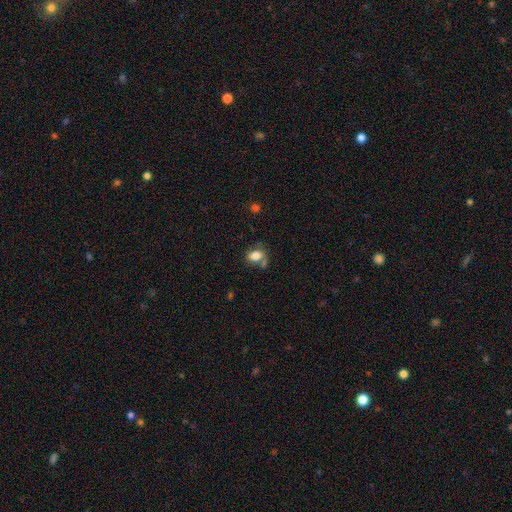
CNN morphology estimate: smooth-or-featured: smooth: 78% | featured or disk: 12% | star or artifact: 10%
  how-rounded: in between: 67% | round: 31% | cigar-shaped: 1%
  merging: none: 51% | merger: 20% | minor disturbance: 20% | major disturbance: 8%